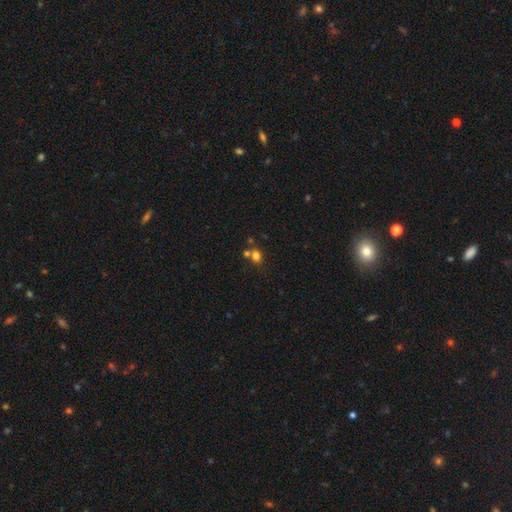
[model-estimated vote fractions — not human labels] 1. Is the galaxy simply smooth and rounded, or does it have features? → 76% smooth, 15% star or artifact, 9% featured or disk.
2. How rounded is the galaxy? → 56% round, 43% in between, 1% cigar-shaped.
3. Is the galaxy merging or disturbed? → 55% none, 31% merger, 10% minor disturbance, 4% major disturbance.